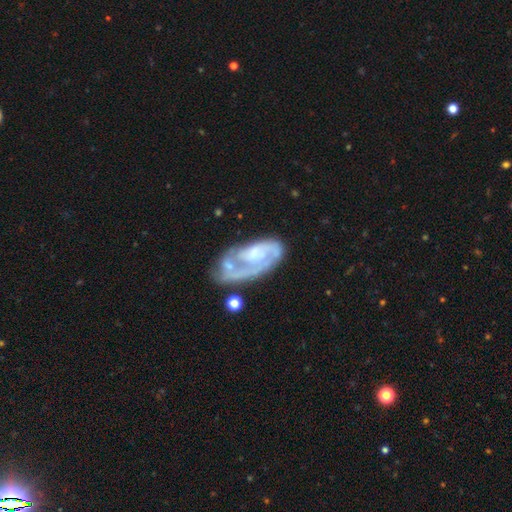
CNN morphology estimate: Q: Smooth or featured?
A: featured or disk (75%); runner-up: smooth (18%)
Q: Edge-on disk?
A: no (95%); runner-up: yes (5%)
Q: Bar?
A: no (68%); runner-up: weak (25%)
Q: Spiral arms?
A: yes (83%); runner-up: no (17%)
Q: Spiral winding?
A: tight (51%); runner-up: medium (34%)
Q: Spiral arm count?
A: 1 (46%); runner-up: 2 (25%)
Q: Bulge size?
A: none (34%); runner-up: small (31%)
Q: Merging?
A: none (44%); runner-up: major disturbance (22%)